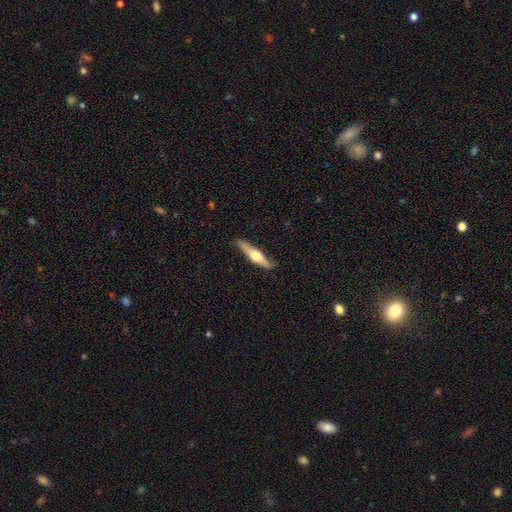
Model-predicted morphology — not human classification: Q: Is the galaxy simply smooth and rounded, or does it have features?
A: featured or disk — 59%.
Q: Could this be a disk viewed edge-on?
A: yes — 94%.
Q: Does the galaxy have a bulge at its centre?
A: rounded — 92%.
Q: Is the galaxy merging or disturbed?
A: none — 82%.